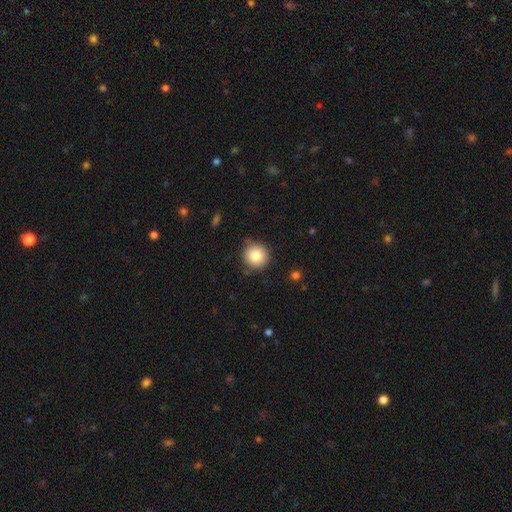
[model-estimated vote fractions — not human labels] Overall: smooth (81%). How rounded: round (93%). Merging: none (82%).